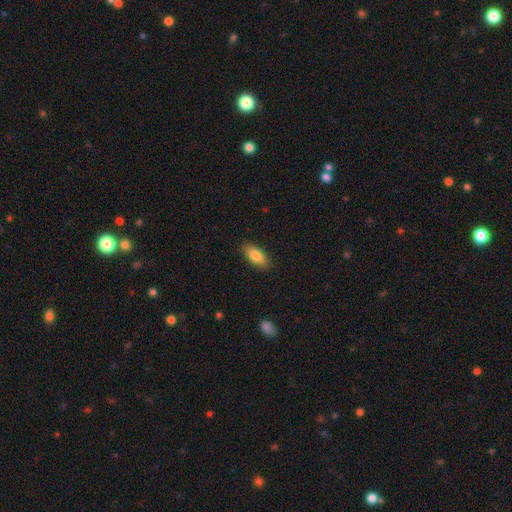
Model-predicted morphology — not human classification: smooth_or_featured: smooth (p=0.83) [alt: featured or disk p=0.10]
how_rounded: in between (p=0.84) [alt: cigar-shaped p=0.14]
merging: none (p=0.88) [alt: minor disturbance p=0.09]